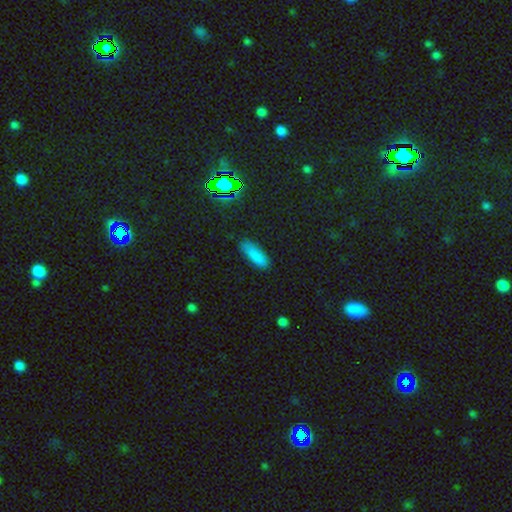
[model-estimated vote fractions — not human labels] Smooth or featured? smooth (83%)
How rounded? in between (59%)
Merging? none (81%)